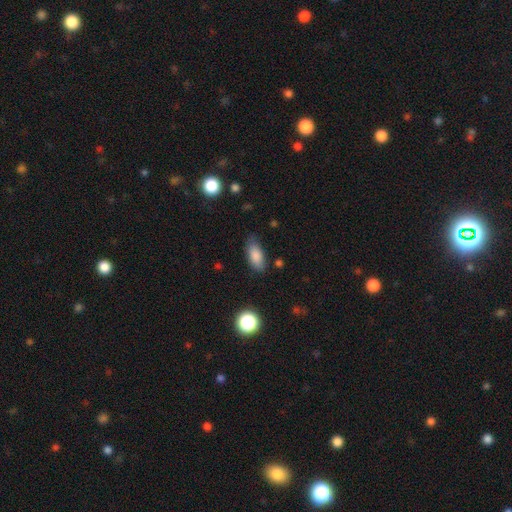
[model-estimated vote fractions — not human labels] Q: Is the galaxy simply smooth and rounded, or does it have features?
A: smooth — 84%.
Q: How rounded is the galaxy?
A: in between — 87%.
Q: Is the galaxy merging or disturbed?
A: none — 76%.